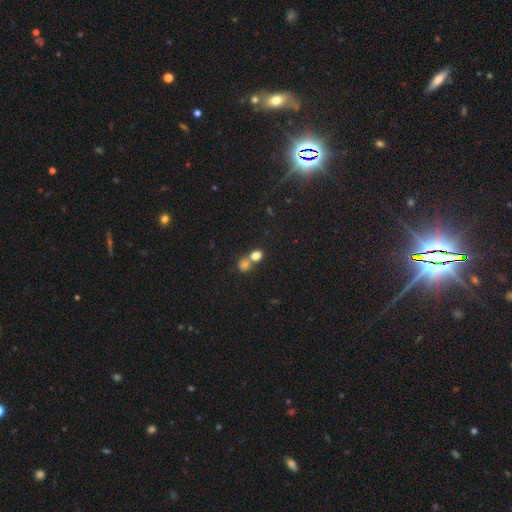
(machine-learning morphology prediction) This appears to be a smooth galaxy with no disk features (77%) that is round (72%). Merging: merger (50%).